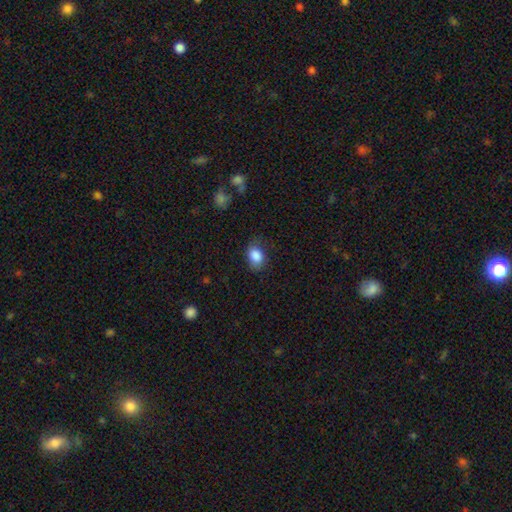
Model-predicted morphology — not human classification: This appears to be a smooth galaxy with no disk features (86%) that is in between round and cigar-shaped (70%). Merging: none (69%).